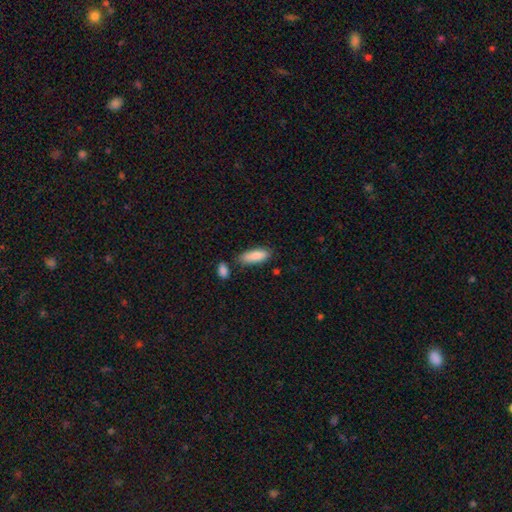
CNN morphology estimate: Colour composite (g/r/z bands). It shows a smooth galaxy with no disk features (87%) that is in between round and cigar-shaped (67%). Merging: none (71%).